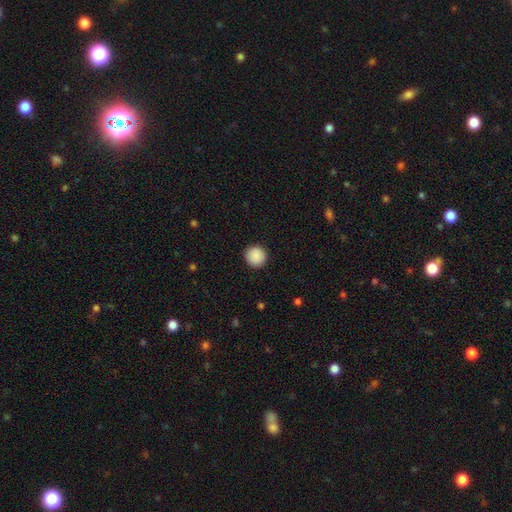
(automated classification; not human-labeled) This appears to be a smooth galaxy with no disk features (90%) that is round (95%). Merging: none (92%).